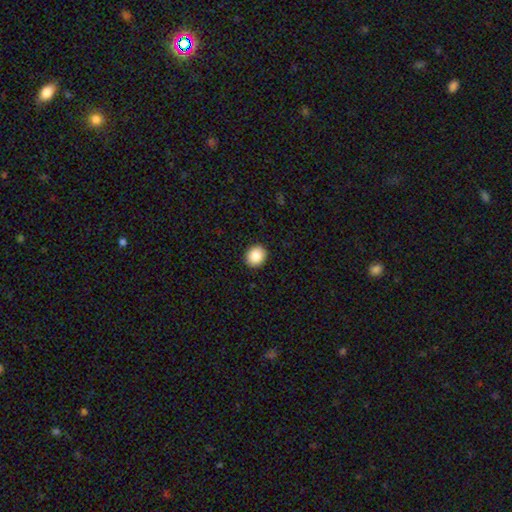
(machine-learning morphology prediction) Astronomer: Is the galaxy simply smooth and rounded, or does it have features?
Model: smooth — 87%.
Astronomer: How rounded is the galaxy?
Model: round — 78%.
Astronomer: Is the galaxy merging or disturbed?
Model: none — 92%.